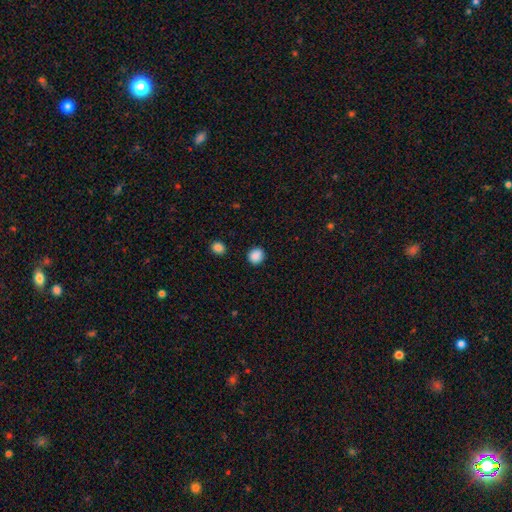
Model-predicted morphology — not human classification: smooth_or_featured: smooth (p=0.88) [alt: star or artifact p=0.09]
how_rounded: round (p=0.83) [alt: in between p=0.16]
merging: none (p=0.90) [alt: minor disturbance p=0.06]